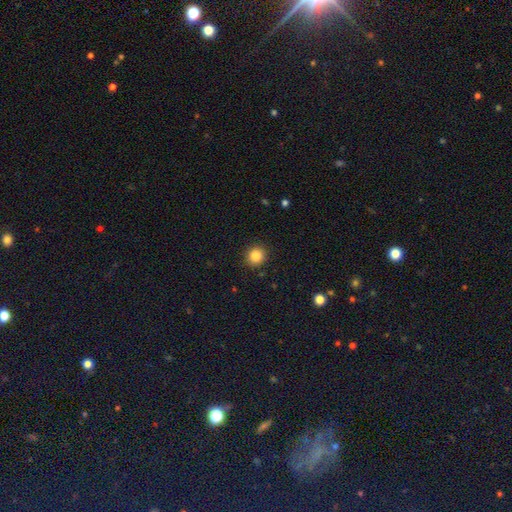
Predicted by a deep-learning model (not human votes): Morphology: type=smooth (85%); roundness=round (90%); merging=none (90%).